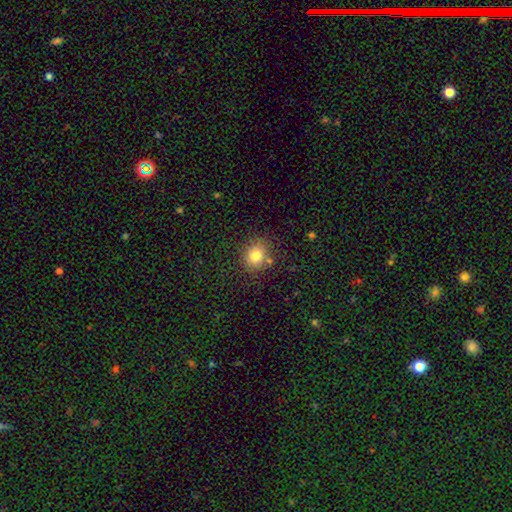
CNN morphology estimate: Smooth or featured?
  - smooth: 81% *
  - star or artifact: 12%
  - featured or disk: 8%
How rounded?
  - round: 69% *
  - in between: 30%
  - cigar-shaped: 1%
Merging?
  - none: 78% *
  - minor disturbance: 12%
  - merger: 6%
  - major disturbance: 4%